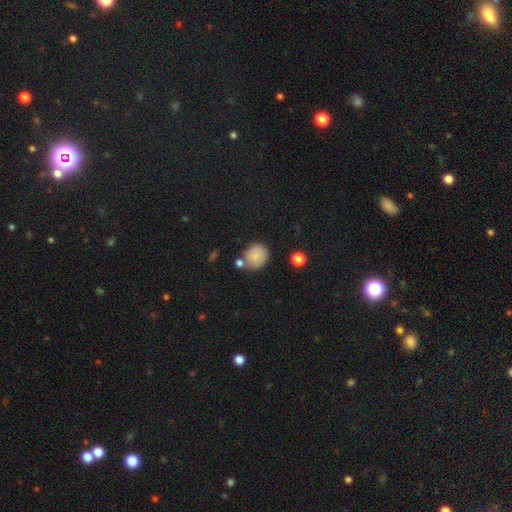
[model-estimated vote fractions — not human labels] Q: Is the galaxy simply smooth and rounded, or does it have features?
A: smooth — 83%.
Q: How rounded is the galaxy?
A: round — 83%.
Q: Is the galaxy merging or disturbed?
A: none — 69%.